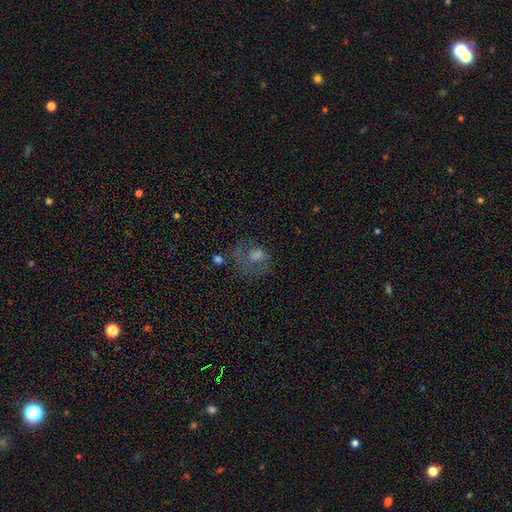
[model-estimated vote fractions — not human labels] Q: Smooth or featured?
A: smooth (56%); runner-up: featured or disk (27%)
Q: How rounded?
A: round (53%); runner-up: in between (46%)
Q: Merging?
A: major disturbance (41%); runner-up: none (33%)